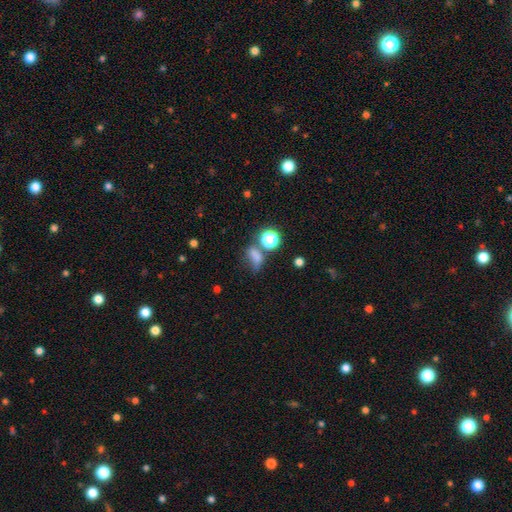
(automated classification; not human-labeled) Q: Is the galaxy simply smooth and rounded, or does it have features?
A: smooth — 65%.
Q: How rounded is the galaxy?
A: in between — 64%.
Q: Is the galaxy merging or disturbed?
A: none — 38%.